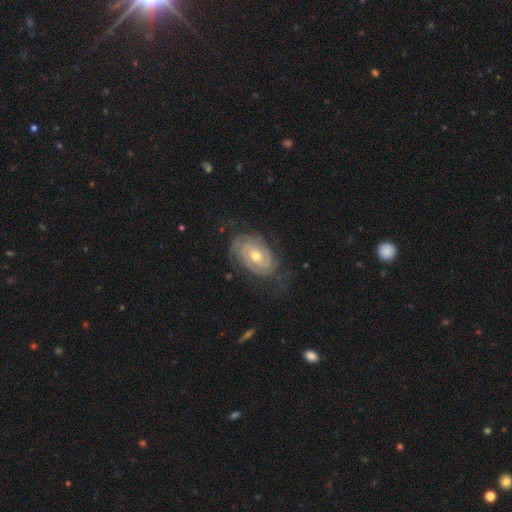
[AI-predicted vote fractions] smooth_or_featured: featured or disk (p=0.88) [alt: smooth p=0.07]
disk_edge_on: no (p=0.97) [alt: yes p=0.03]
bar: no (p=0.63) [alt: weak p=0.29]
has_spiral_arms: yes (p=0.96) [alt: no p=0.04]
spiral_winding: tight (p=0.76) [alt: medium p=0.19]
spiral_arm_count: 2 (p=0.36) [alt: can't tell p=0.27]
bulge_size: moderate (p=0.61) [alt: small p=0.35]
merging: none (p=0.69) [alt: minor disturbance p=0.20]